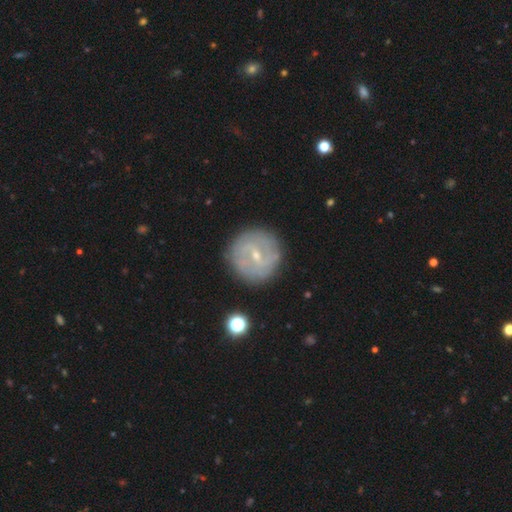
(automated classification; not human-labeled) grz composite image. It shows a featured or disk galaxy (71%) with a weak bar (57%), 2 (46%) tight (54%) spiral arms (80%) and a small central bulge (72%). Merging: none (85%).